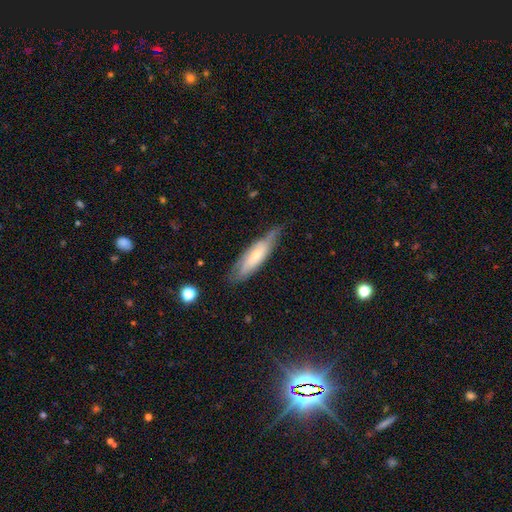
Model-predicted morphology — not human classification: type=smooth (48%); merging=none (67%).